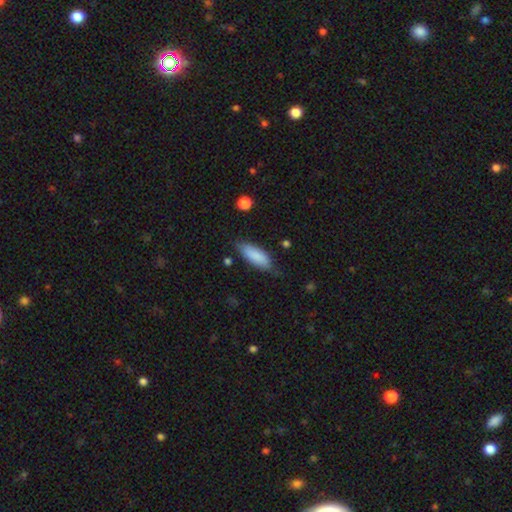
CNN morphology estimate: A smooth galaxy with no disk features (85%) that is in between round and cigar-shaped (69%). Merging: none (72%).